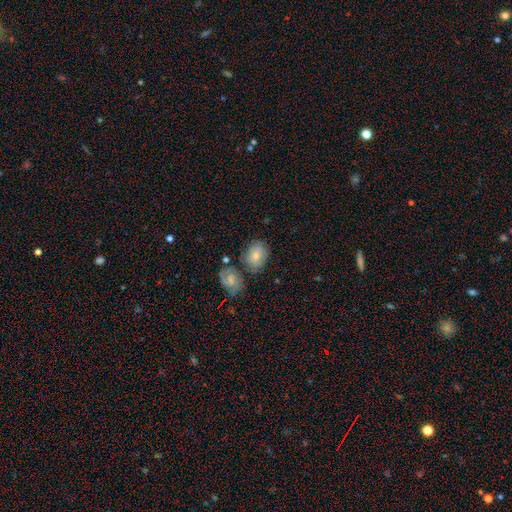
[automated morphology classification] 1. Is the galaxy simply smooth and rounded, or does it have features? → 67% smooth, 25% featured or disk, 8% star or artifact.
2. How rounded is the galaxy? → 65% in between, 33% round, 1% cigar-shaped.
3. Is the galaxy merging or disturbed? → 59% none, 18% minor disturbance, 17% merger, 6% major disturbance.